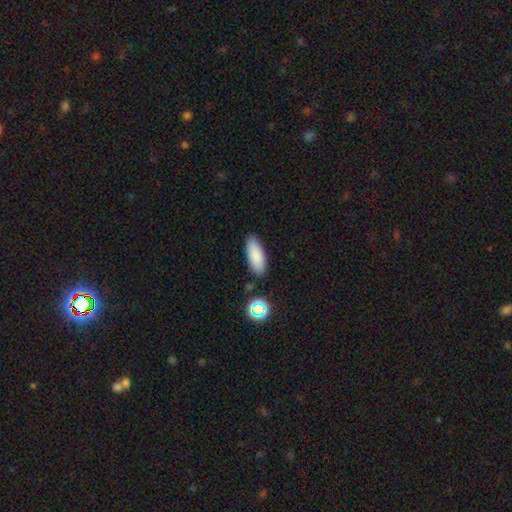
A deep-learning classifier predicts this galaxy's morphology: type=smooth (85%); roundness=in between (77%); merging=none (84%).